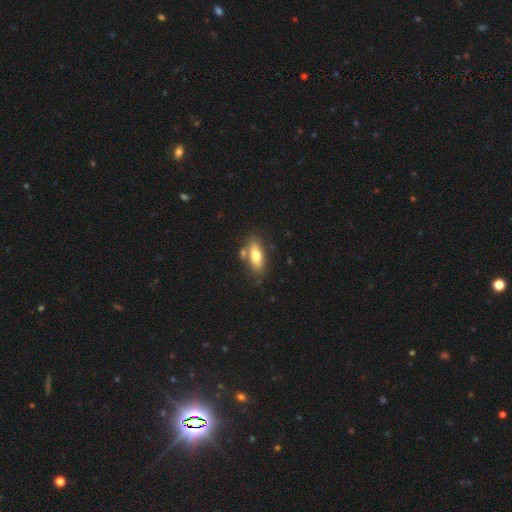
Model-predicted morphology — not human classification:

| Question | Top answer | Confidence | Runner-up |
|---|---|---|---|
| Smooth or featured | smooth | 72% | featured or disk (21%) |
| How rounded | in between | 77% | cigar-shaped (20%) |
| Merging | none | 70% | minor disturbance (14%) |